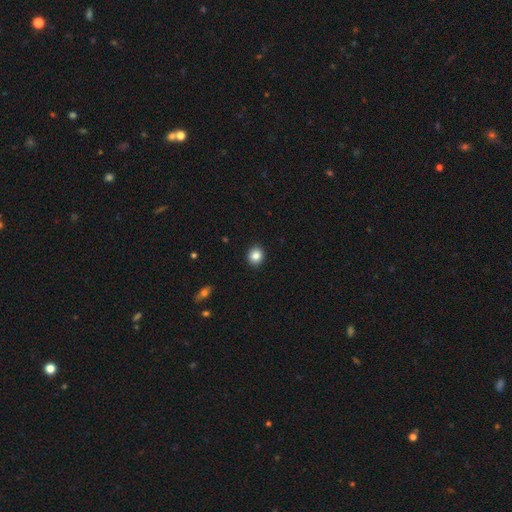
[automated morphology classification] The model was most divided on "how rounded": round: 80%, in between: 19%, cigar-shaped: 1%. More confident: merging — none (92%); smooth or featured — smooth (85%).